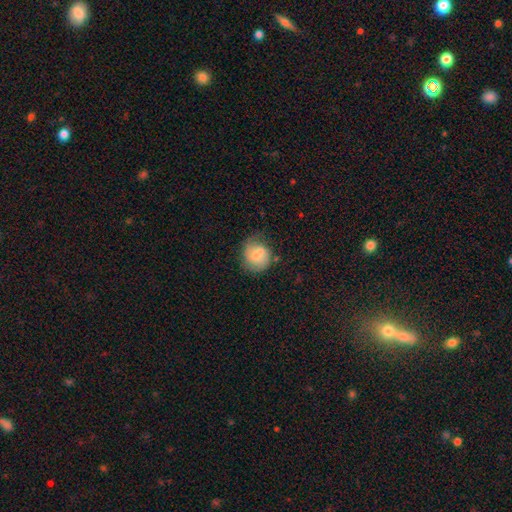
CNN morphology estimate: Overall: smooth (61%; featured or disk 31%). How rounded: round (76%). Merging: none (56%; minor disturbance 27%).